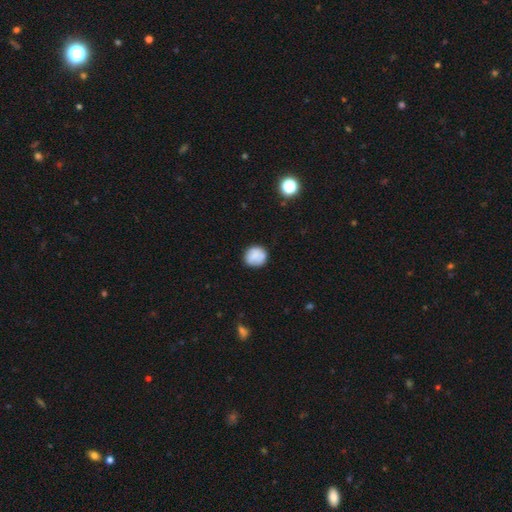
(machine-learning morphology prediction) type=smooth (83%); roundness=round (85%); merging=none (81%).